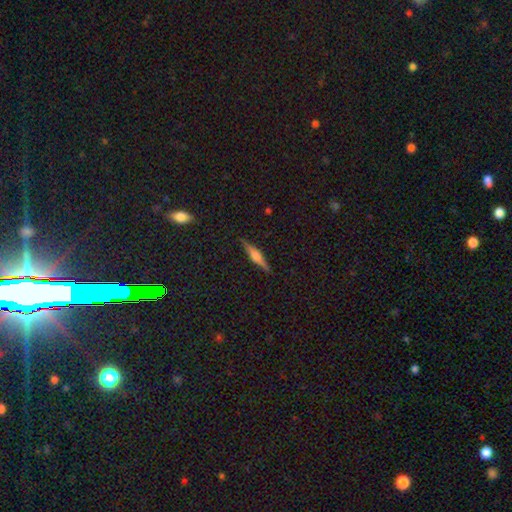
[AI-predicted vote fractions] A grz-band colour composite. It shows a featured or disk galaxy (68%) viewed edge-on (98%) with a rounded central bulge (78%). Merging: none (90%).